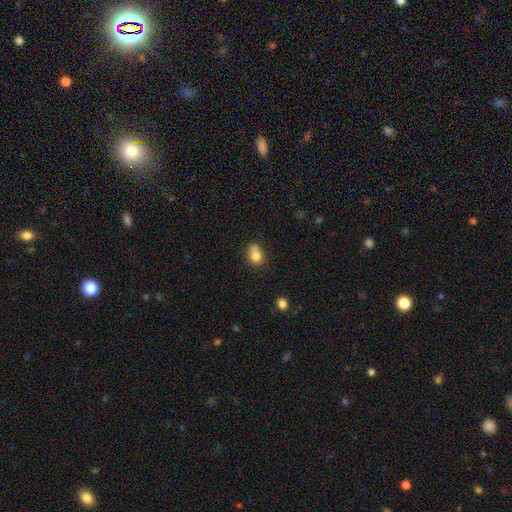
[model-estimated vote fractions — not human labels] A smooth galaxy with no disk features (80%) that is in between round and cigar-shaped (58%).

Vote fractions:
- Smooth or featured? smooth: 80% / star or artifact: 10% / featured or disk: 10%
- How rounded? in between: 58% / round: 41% / cigar-shaped: 1%
- Merging? none: 48% / minor disturbance: 30% / merger: 13% / major disturbance: 9%